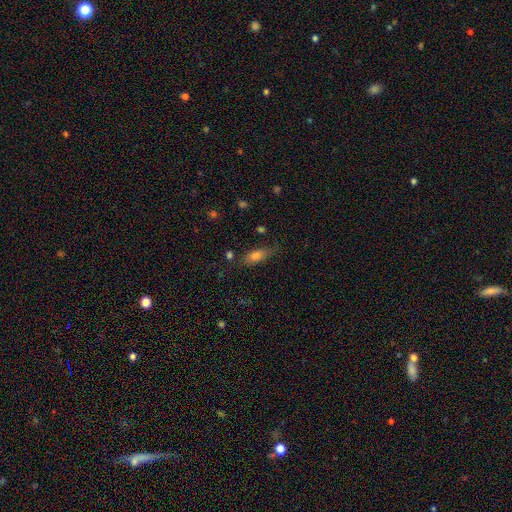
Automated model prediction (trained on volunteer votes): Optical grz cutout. It shows a smooth galaxy with no disk features (74%) that is in between round and cigar-shaped (73%). Merging: none (69%).